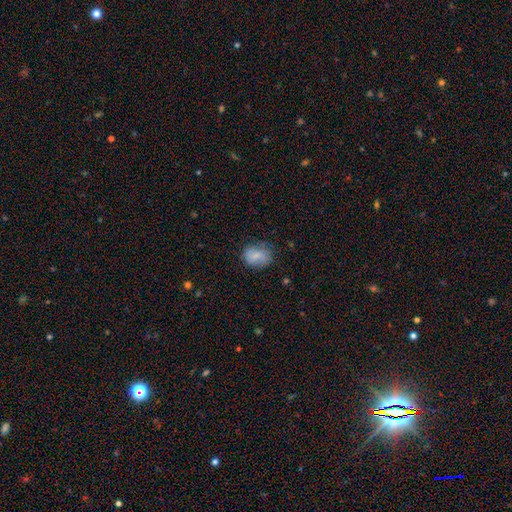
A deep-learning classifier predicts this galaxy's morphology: smooth 75%, featured or disk 17%, star or artifact 8%. Down the decision tree: how rounded — in between (56%); merging — none (62%).